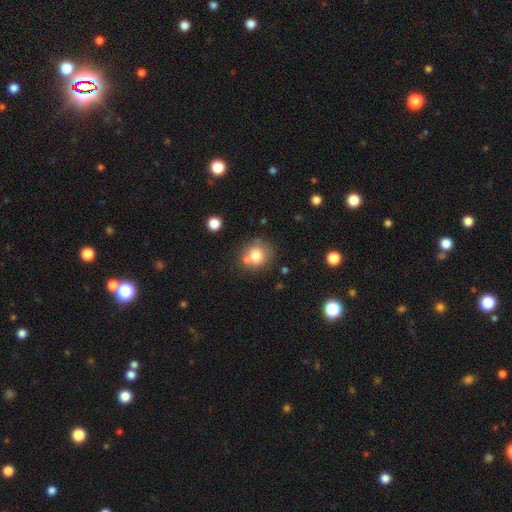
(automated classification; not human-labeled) Overall: smooth (77%). How rounded: round (82%). Merging: none (62%).